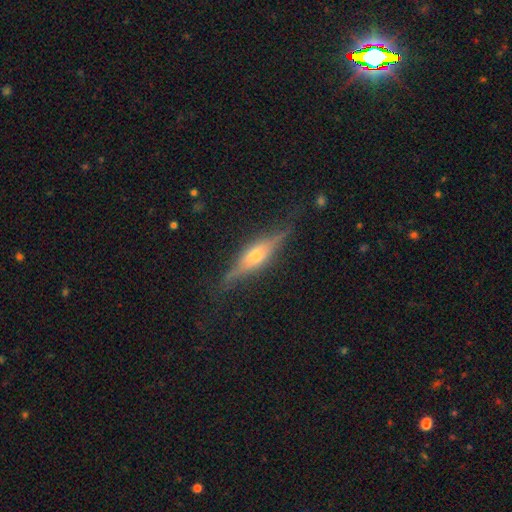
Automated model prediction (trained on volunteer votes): featured or disk 73%, smooth 20%, star or artifact 7%. Down the decision tree: edge-on disk — yes (95%); edge-on bulge — rounded (85%); merging — none (82%).